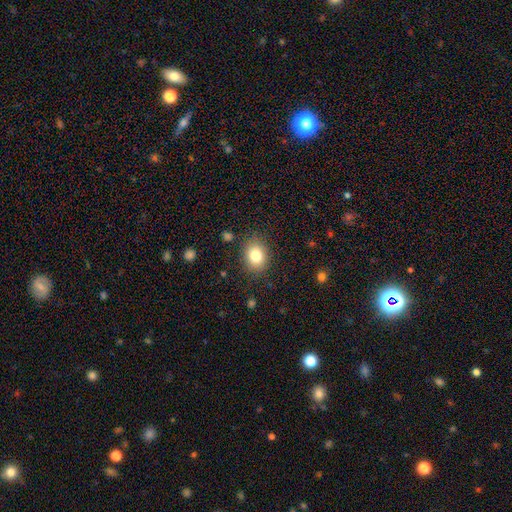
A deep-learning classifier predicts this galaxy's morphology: smooth 81%, star or artifact 10%, featured or disk 9%. Down the decision tree: how rounded — round (51%); merging — none (85%).